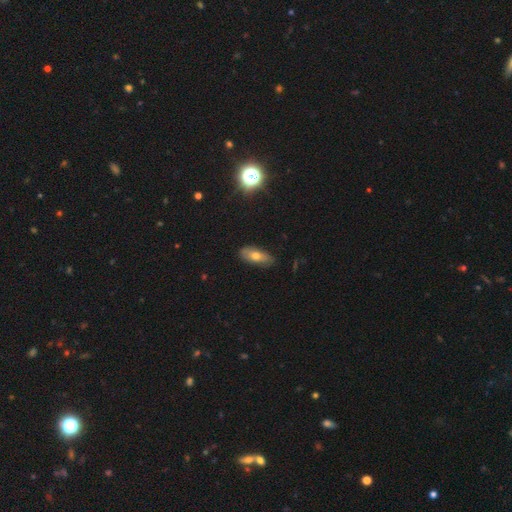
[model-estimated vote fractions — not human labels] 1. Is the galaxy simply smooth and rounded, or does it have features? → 64% smooth, 26% featured or disk, 10% star or artifact.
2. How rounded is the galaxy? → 78% in between, 18% cigar-shaped, 4% round.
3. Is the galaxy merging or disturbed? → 79% none, 16% minor disturbance, 3% major disturbance, 1% merger.